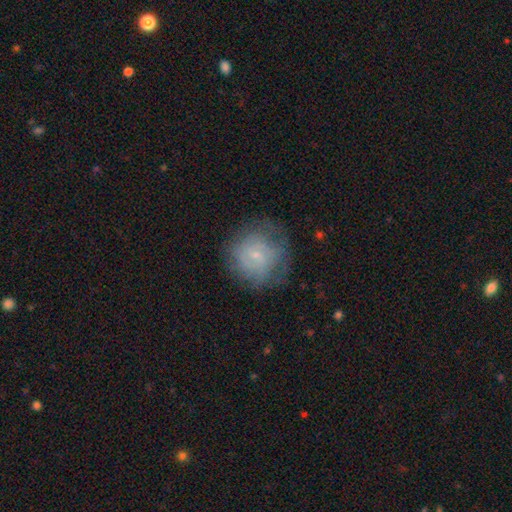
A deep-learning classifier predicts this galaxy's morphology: smooth-or-featured: smooth: 46% | featured or disk: 44% | star or artifact: 10%
  merging: none: 66% | minor disturbance: 20% | major disturbance: 13% | merger: 1%